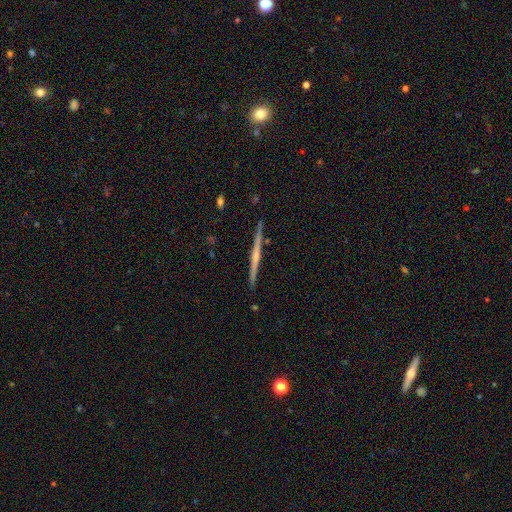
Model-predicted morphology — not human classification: smooth_or_featured: featured or disk (p=0.73) [alt: smooth p=0.21]
disk_edge_on: yes (p=0.98) [alt: no p=0.02]
edge_on_bulge: rounded (p=0.47) [alt: none p=0.42]
merging: none (p=0.92) [alt: minor disturbance p=0.06]